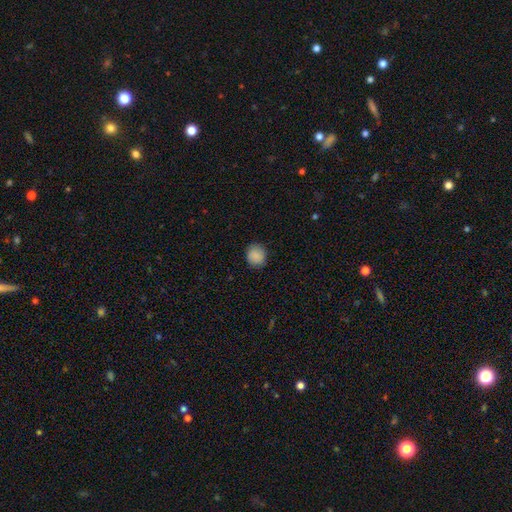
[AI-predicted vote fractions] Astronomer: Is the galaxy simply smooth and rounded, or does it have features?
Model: smooth — 89%.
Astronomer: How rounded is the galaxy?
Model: round — 85%.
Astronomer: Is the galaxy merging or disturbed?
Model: none — 88%.